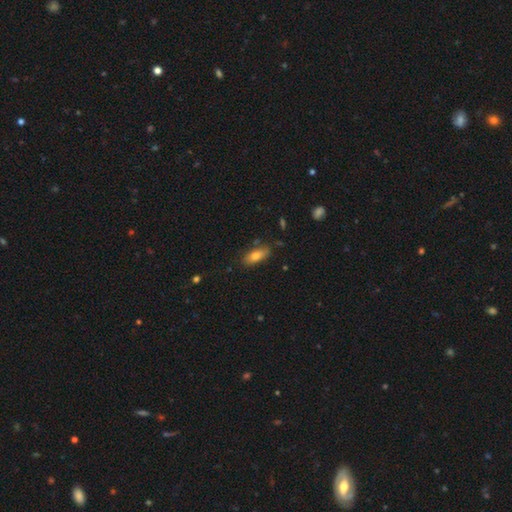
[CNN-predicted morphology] A smooth galaxy with no disk features (77%) that is in between round and cigar-shaped (80%). Merging: none (77%).